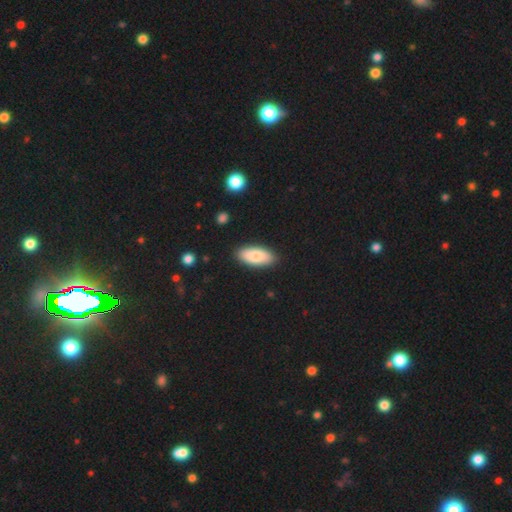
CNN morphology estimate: Smooth or featured: smooth — 81% (featured or disk — 13%)
How rounded: in between — 88% (cigar-shaped — 10%)
Merging: none — 88% (minor disturbance — 9%)